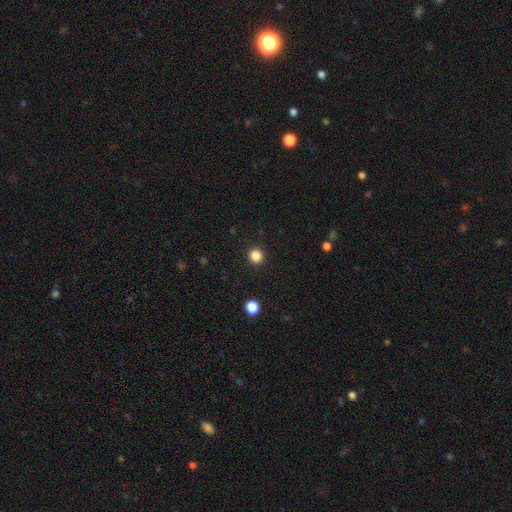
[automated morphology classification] This appears to be a smooth galaxy with no disk features (85%) that is round (93%). Merging: none (93%).